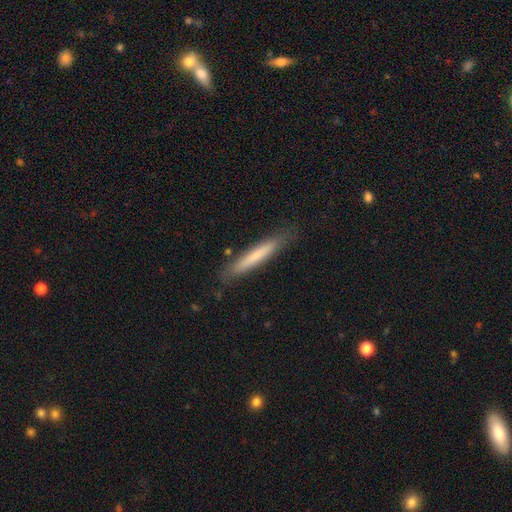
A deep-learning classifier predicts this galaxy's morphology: A smooth galaxy with no disk features (69%) that is cigar-shaped (94%). Merging: none (84%).